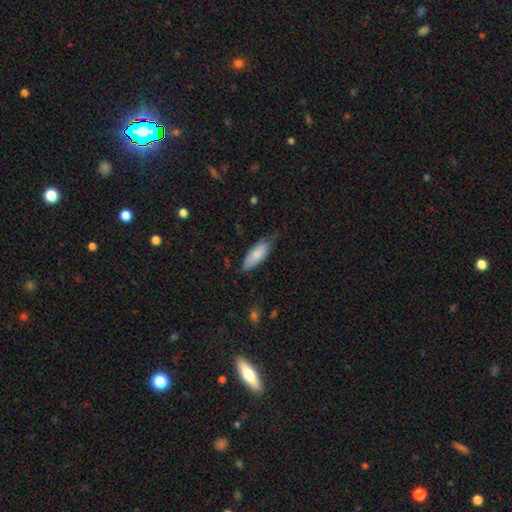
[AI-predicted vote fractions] Overall: smooth (80%). How rounded: in between (74%). Merging: none (58%; minor disturbance 34%).